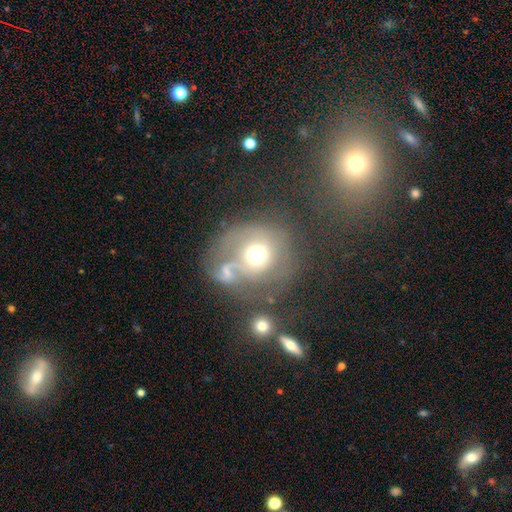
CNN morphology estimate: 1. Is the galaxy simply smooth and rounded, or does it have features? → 48% smooth, 40% featured or disk, 12% star or artifact.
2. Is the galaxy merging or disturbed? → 30% none, 27% merger, 27% major disturbance, 16% minor disturbance.